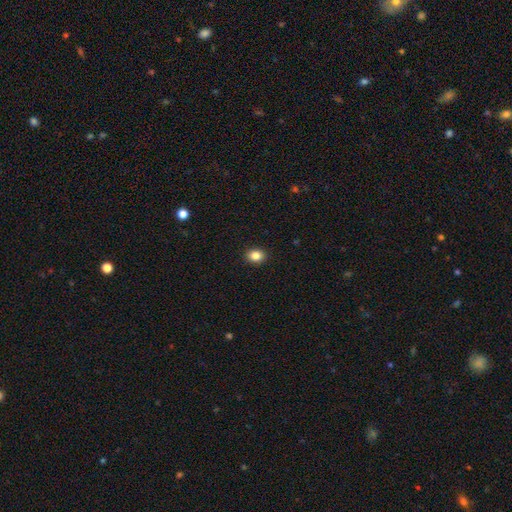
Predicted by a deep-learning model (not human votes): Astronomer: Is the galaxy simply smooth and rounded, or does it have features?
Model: smooth — 85%.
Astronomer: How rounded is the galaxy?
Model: in between — 57% (runner-up: round, 42%).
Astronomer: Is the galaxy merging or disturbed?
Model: none — 91%.